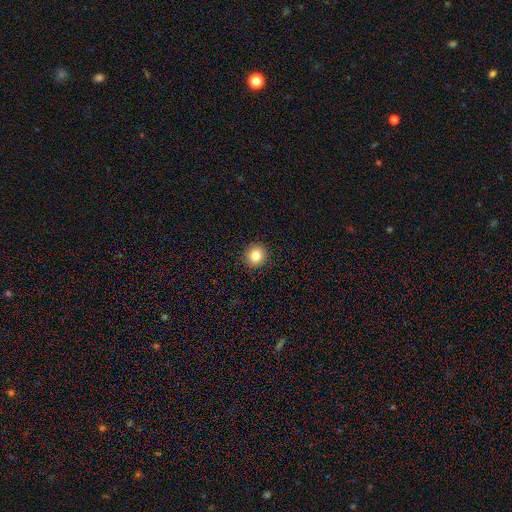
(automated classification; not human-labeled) smooth-or-featured: smooth: 83% | star or artifact: 10% | featured or disk: 6%
  how-rounded: round: 91% | in between: 8% | cigar-shaped: 1%
  merging: none: 92% | minor disturbance: 5% | major disturbance: 2% | merger: 1%